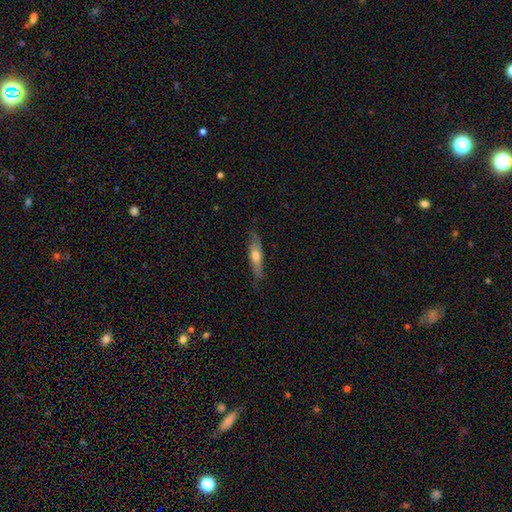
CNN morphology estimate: A smooth galaxy with no disk features (49%).

Vote fractions:
- Smooth or featured? smooth: 49% / featured or disk: 46% / star or artifact: 6%
- Merging? none: 77% / minor disturbance: 18% / major disturbance: 3% / merger: 1%